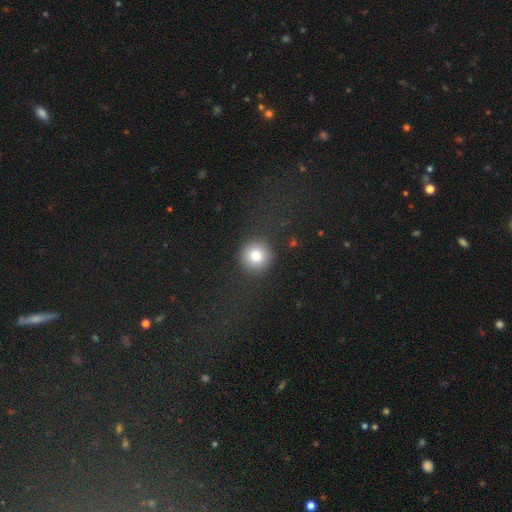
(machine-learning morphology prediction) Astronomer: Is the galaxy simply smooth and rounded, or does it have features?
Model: smooth — 81%.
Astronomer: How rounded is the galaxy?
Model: round — 94%.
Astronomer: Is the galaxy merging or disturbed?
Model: none — 88%.